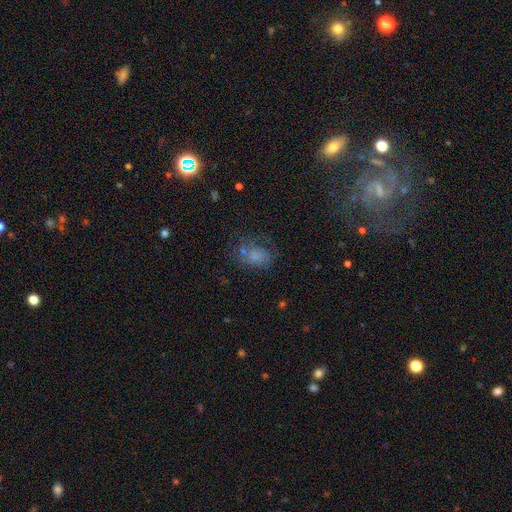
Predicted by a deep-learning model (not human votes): smooth_or_featured: smooth (p=0.62) [alt: featured or disk p=0.23]
how_rounded: in between (p=0.64) [alt: round p=0.35]
merging: none (p=0.45) [alt: minor disturbance p=0.24]